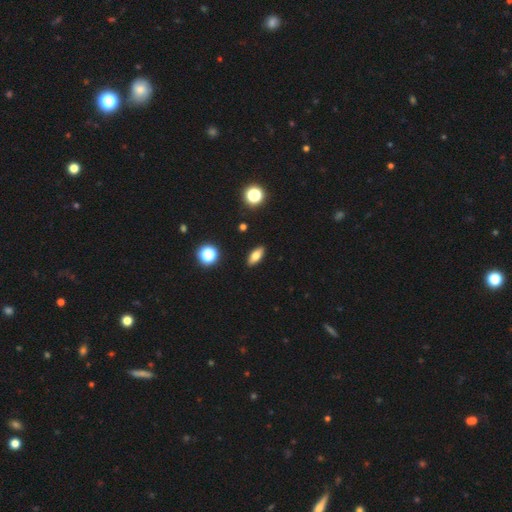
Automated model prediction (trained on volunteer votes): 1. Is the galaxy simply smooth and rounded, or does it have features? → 71% smooth, 19% featured or disk, 10% star or artifact.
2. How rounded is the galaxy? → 78% in between, 17% cigar-shaped, 6% round.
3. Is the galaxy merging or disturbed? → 90% none, 7% minor disturbance, 2% major disturbance, 1% merger.